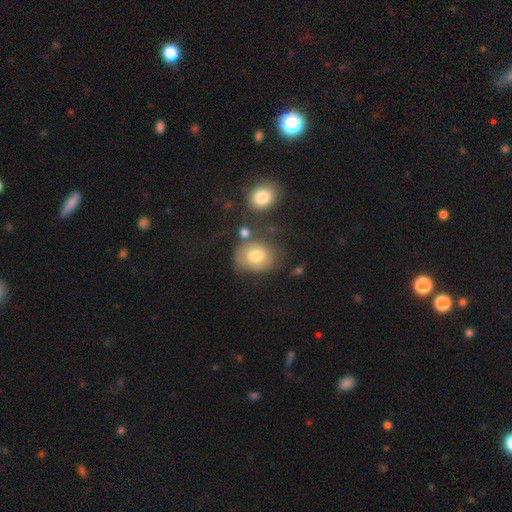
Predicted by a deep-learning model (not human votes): The model was most divided on "how rounded": in between: 51%, round: 48%, cigar-shaped: 1%. More confident: smooth or featured — smooth (69%); merging — none (58%).